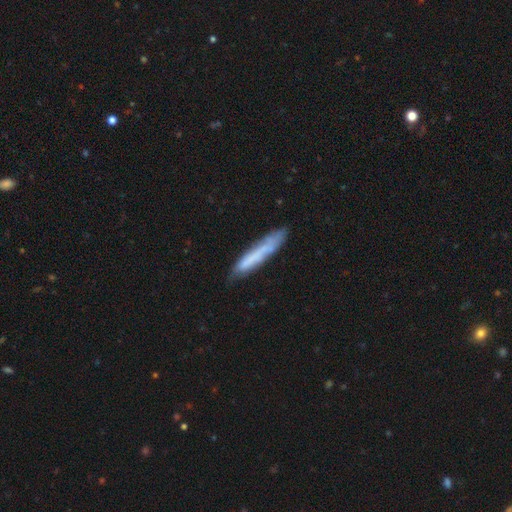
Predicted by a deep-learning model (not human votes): Smooth or featured? Predicted: smooth (p=0.61). How rounded? Predicted: cigar-shaped (p=0.91). Merging? Predicted: none (p=0.69).